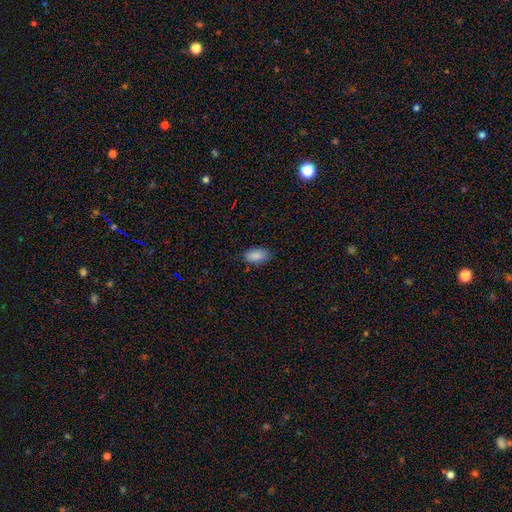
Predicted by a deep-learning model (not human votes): This is clearly a smooth galaxy (89%). How rounded: clearly in between (93%). Merging: clearly none (85%).